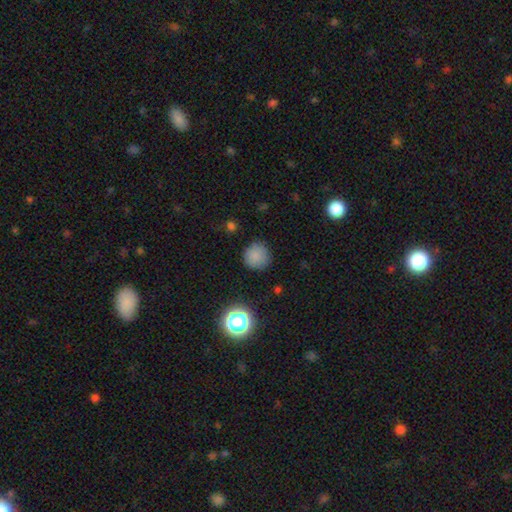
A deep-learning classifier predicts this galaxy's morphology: This is clearly a smooth galaxy (81%). How rounded: clearly round (94%). Merging: clearly none (84%).